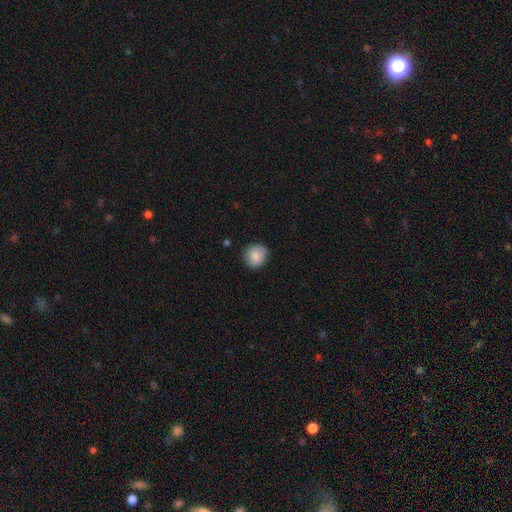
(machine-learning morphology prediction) Q: Smooth or featured?
A: smooth (86%); runner-up: star or artifact (8%)
Q: How rounded?
A: round (87%); runner-up: in between (12%)
Q: Merging?
A: none (82%); runner-up: minor disturbance (14%)